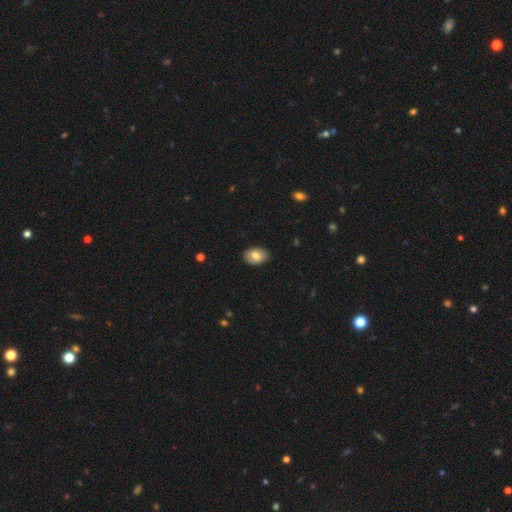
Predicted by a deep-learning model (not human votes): Smooth or featured?
  - smooth: 79% *
  - featured or disk: 14%
  - star or artifact: 7%
How rounded?
  - in between: 85% *
  - round: 14%
  - cigar-shaped: 1%
Merging?
  - none: 87% *
  - minor disturbance: 10%
  - major disturbance: 2%
  - merger: 1%